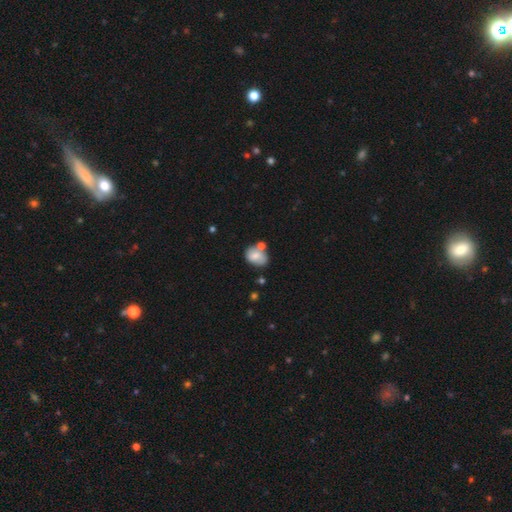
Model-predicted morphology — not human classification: smooth 69%, featured or disk 23%, star or artifact 8%. Down the decision tree: how rounded — in between (62%); merging — none (47%).